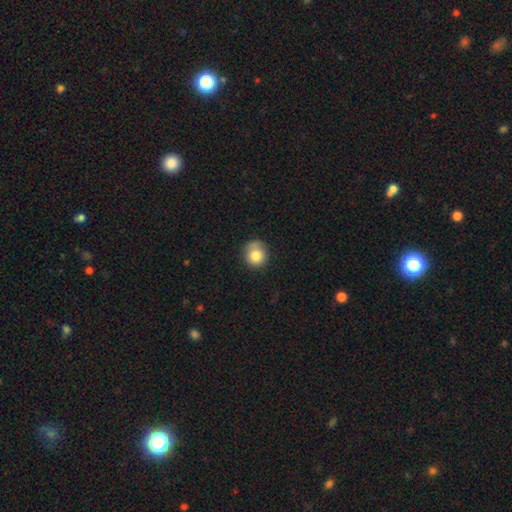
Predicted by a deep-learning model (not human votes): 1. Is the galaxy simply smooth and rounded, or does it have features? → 79% smooth, 12% featured or disk, 9% star or artifact.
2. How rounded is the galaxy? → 88% round, 11% in between, 1% cigar-shaped.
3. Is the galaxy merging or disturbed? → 66% none, 23% minor disturbance, 7% major disturbance, 5% merger.